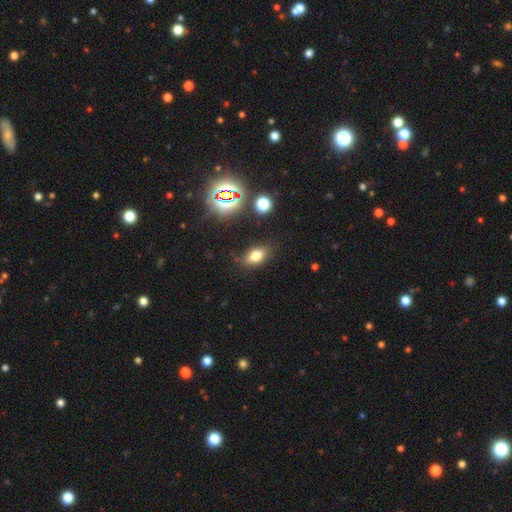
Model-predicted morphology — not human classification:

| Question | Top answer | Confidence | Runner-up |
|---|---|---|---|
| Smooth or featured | smooth | 70% | star or artifact (18%) |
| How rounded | in between | 83% | round (13%) |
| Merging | none | 81% | minor disturbance (13%) |